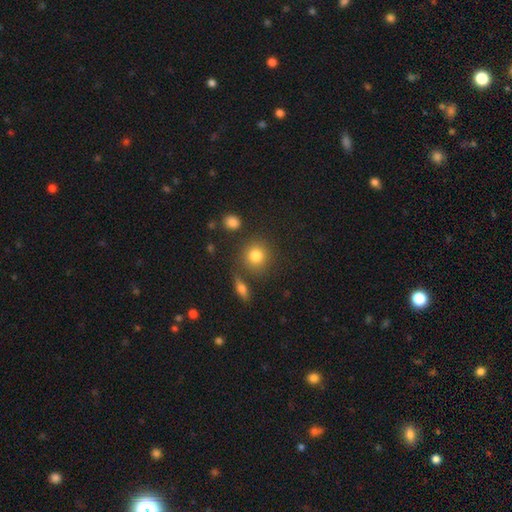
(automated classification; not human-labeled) smooth_or_featured: smooth (p=0.81) [alt: star or artifact p=0.11]
how_rounded: round (p=0.89) [alt: in between p=0.10]
merging: none (p=0.79) [alt: minor disturbance p=0.09]